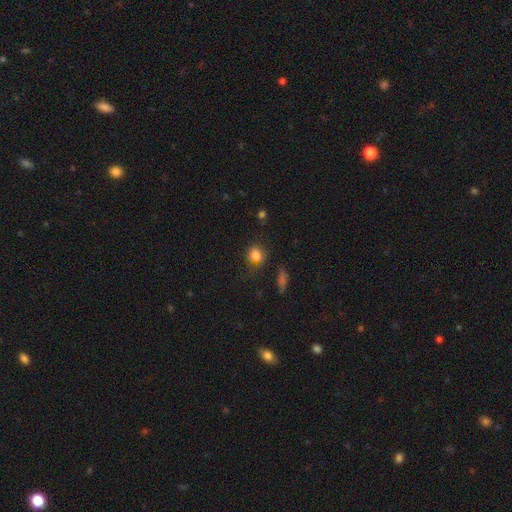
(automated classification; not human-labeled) A smooth galaxy with no disk features (81%) that is round (62%).

Vote fractions:
- Smooth or featured? smooth: 81% / star or artifact: 13% / featured or disk: 7%
- How rounded? round: 62% / in between: 37% / cigar-shaped: 2%
- Merging? none: 67% / minor disturbance: 21% / major disturbance: 7% / merger: 4%